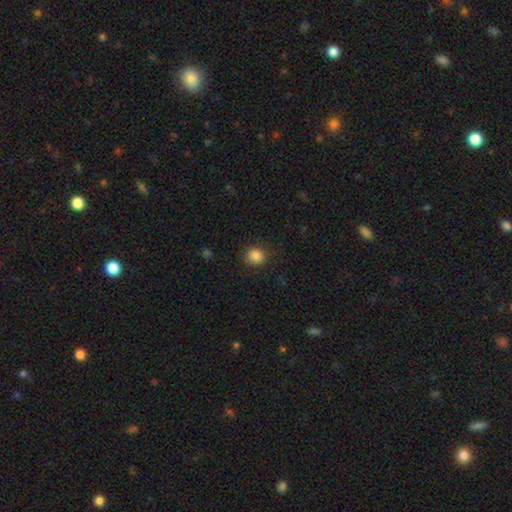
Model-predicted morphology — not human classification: smooth 86%, star or artifact 10%, featured or disk 4%. Down the decision tree: how rounded — round (82%); merging — none (87%).